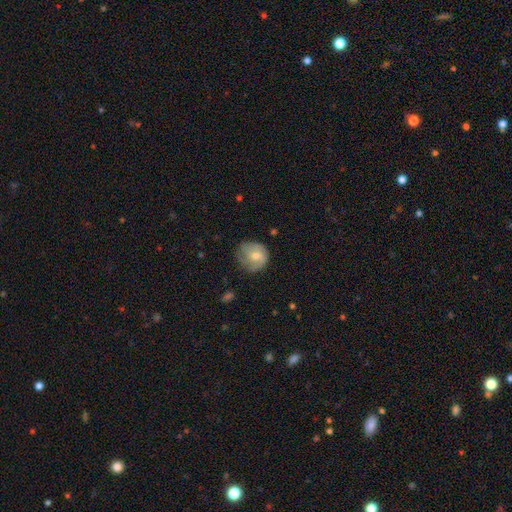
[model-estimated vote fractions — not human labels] smooth_or_featured: featured or disk (p=0.53) [alt: smooth p=0.39]
disk_edge_on: no (p=0.97) [alt: yes p=0.03]
bar: no (p=0.55) [alt: weak p=0.38]
has_spiral_arms: yes (p=0.82) [alt: no p=0.18]
bulge_size: moderate (p=0.58) [alt: small p=0.35]
merging: none (p=0.65) [alt: minor disturbance p=0.24]